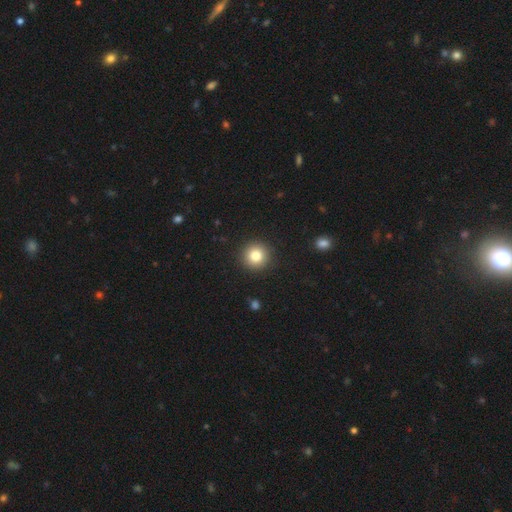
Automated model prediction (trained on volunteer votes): Smooth or featured?
  - smooth: 82% *
  - star or artifact: 10%
  - featured or disk: 8%
How rounded?
  - round: 95% *
  - in between: 4%
  - cigar-shaped: 1%
Merging?
  - none: 92% *
  - minor disturbance: 5%
  - major disturbance: 2%
  - merger: 1%